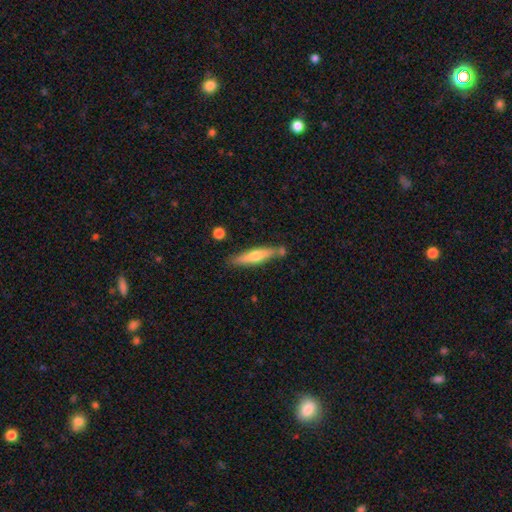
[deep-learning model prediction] smooth-or-featured: smooth: 51% | featured or disk: 44% | star or artifact: 6%
  how-rounded: cigar-shaped: 84% | in between: 14% | round: 2%
  merging: none: 76% | minor disturbance: 13% | merger: 7% | major disturbance: 3%